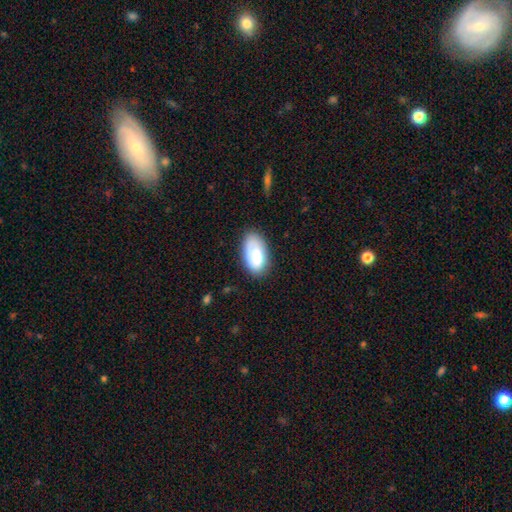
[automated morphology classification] A smooth galaxy with no disk features (79%) that is in between round and cigar-shaped (94%). Merging: none (75%).